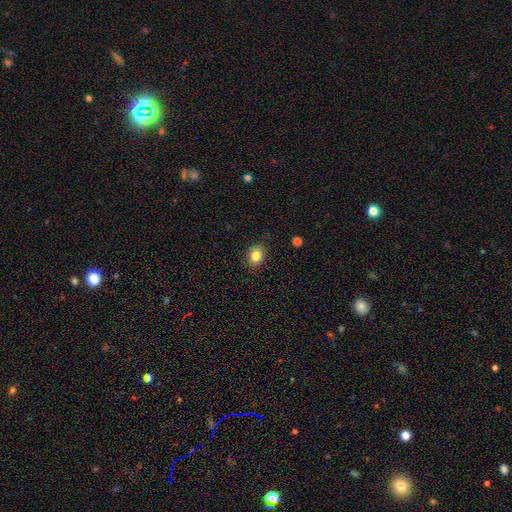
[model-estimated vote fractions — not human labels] This is clearly a smooth galaxy (83%). How rounded: possibly round (51%). Merging: clearly none (87%).